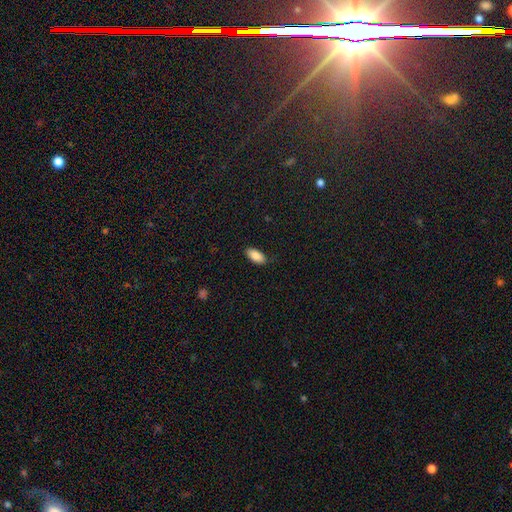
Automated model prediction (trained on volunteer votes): Smooth or featured? smooth (88%)
How rounded? in between (91%)
Merging? none (84%)